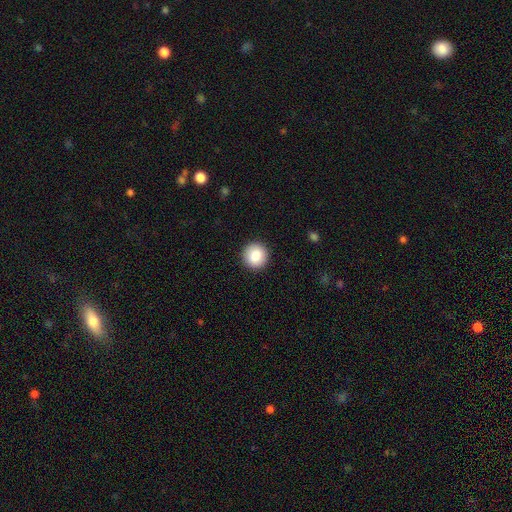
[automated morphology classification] Overall: smooth (85%). How rounded: round (94%). Merging: none (92%).